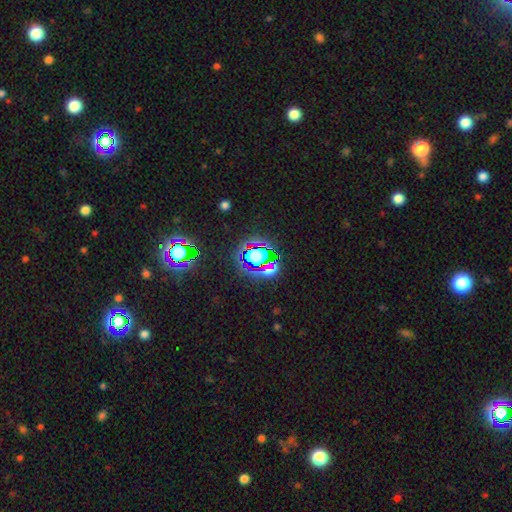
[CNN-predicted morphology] This appears to be a star or artifact, not a galaxy (60%).